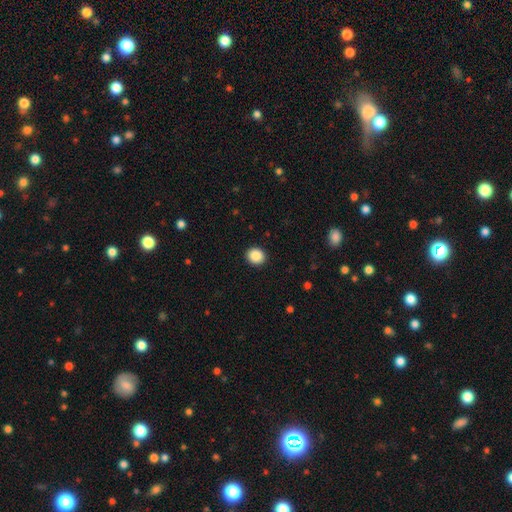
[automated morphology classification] smooth 88%, star or artifact 9%, featured or disk 3%. Down the decision tree: how rounded — round (80%); merging — none (92%).